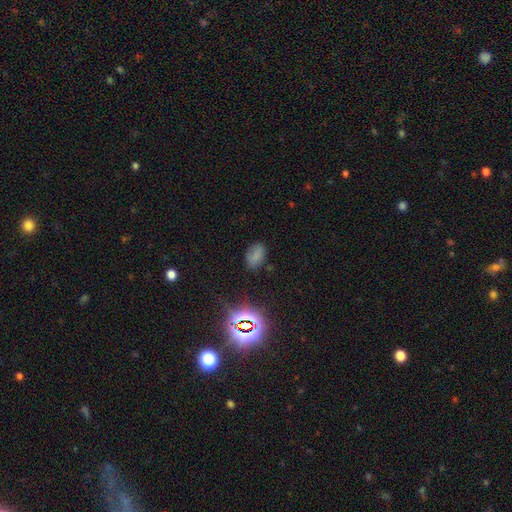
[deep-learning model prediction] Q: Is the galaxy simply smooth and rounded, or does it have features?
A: smooth — 66%.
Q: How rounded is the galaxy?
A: in between — 88%.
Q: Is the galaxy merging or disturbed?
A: none — 75%.